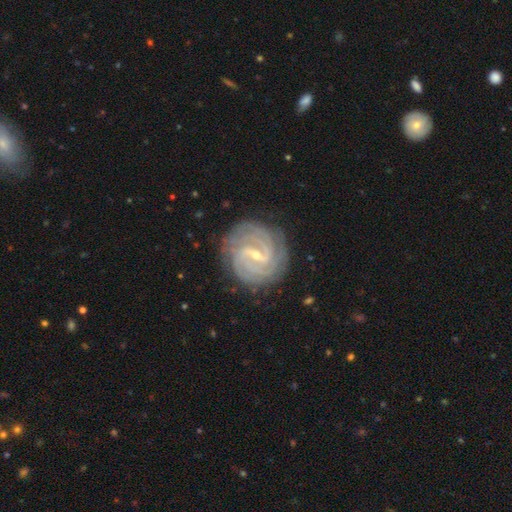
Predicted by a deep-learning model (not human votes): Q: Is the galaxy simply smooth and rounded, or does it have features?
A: featured or disk — 91%.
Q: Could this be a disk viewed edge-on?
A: no — 97%.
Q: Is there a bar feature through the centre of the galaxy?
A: weak — 48%.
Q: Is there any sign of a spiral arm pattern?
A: yes — 98%.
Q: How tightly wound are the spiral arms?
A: tight — 74%.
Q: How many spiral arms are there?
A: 2 — 24%.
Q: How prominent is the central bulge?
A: small — 70%.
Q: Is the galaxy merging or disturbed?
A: none — 84%.